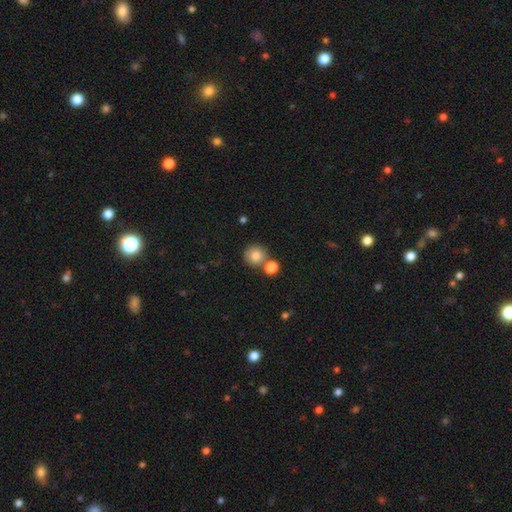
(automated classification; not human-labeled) Smooth or featured?
  - smooth: 82% *
  - star or artifact: 10%
  - featured or disk: 8%
How rounded?
  - round: 91% *
  - in between: 8%
  - cigar-shaped: 1%
Merging?
  - none: 67% *
  - merger: 21%
  - minor disturbance: 9%
  - major disturbance: 3%